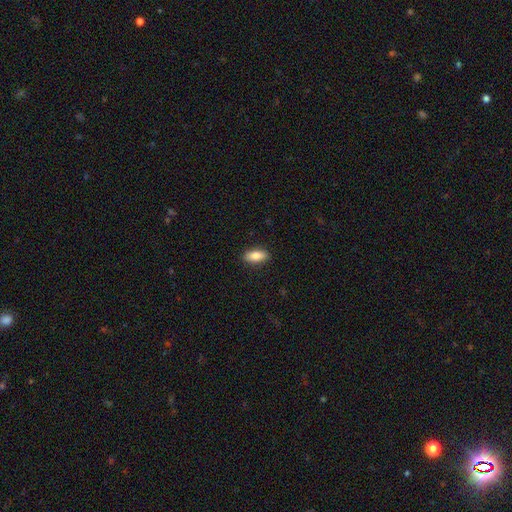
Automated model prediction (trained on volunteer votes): A smooth galaxy with no disk features (84%) that is in between round and cigar-shaped (85%).

Vote fractions:
- Smooth or featured? smooth: 84% / featured or disk: 9% / star or artifact: 7%
- How rounded? in between: 85% / cigar-shaped: 12% / round: 3%
- Merging? none: 88% / minor disturbance: 9% / major disturbance: 2% / merger: 1%